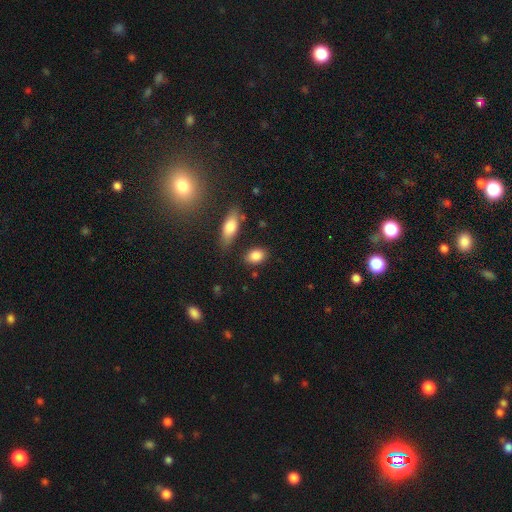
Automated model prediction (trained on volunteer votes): This appears to be a smooth galaxy with no disk features (86%) that is in between round and cigar-shaped (79%). Merging: none (81%).